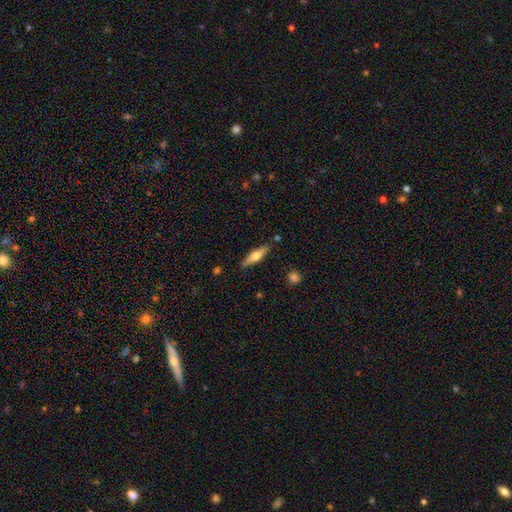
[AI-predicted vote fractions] The model was most divided on "smooth or featured": featured or disk: 54%, smooth: 40%, star or artifact: 6%. More confident: edge-on disk — yes (95%); edge-on bulge — rounded (93%); merging — none (87%).